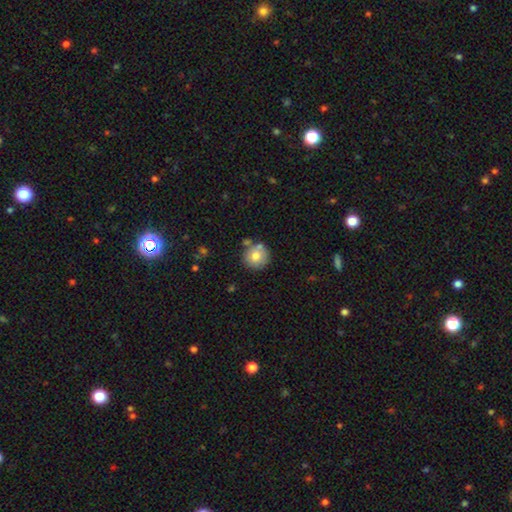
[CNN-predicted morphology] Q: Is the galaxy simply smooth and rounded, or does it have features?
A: smooth — 77%.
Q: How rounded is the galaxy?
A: round — 93%.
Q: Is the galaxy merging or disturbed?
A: none — 74%.